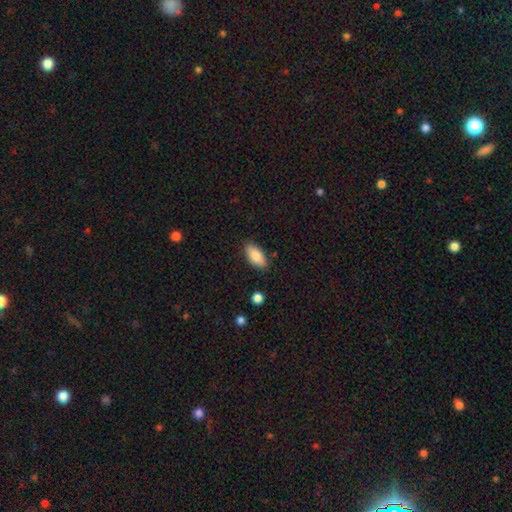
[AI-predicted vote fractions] Morphology: type=smooth (84%); roundness=in between (90%); merging=none (83%).